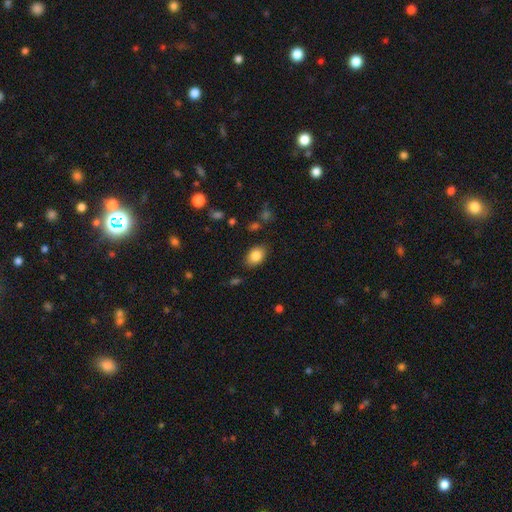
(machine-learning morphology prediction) Smooth or featured: smooth — 84% (star or artifact — 8%)
How rounded: in between — 81% (round — 18%)
Merging: none — 84% (minor disturbance — 12%)